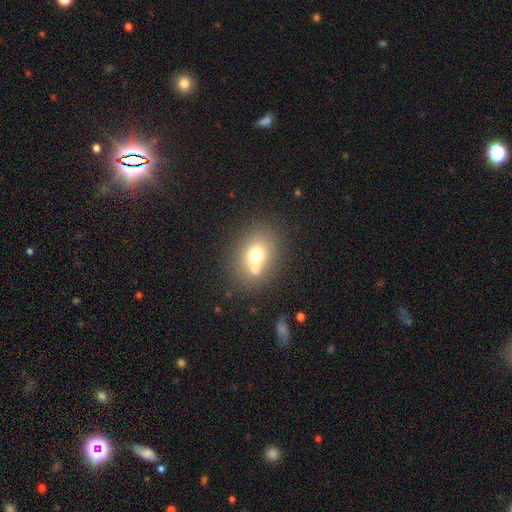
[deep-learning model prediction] This appears to be a smooth galaxy with no disk features (65%) that is round (50%). Merging: none (50%).